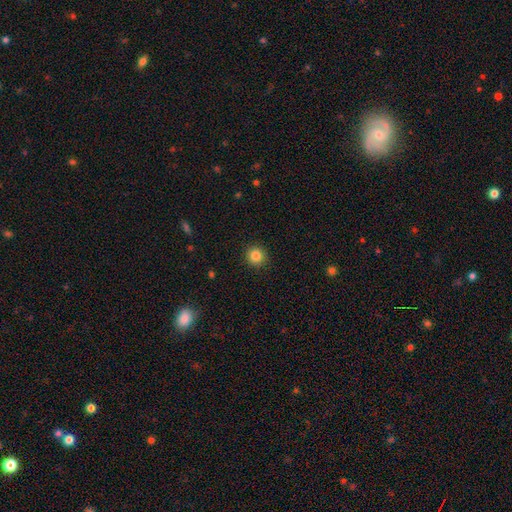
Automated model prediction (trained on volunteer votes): Smooth or featured: smooth — 85% (star or artifact — 10%)
How rounded: round — 94% (in between — 5%)
Merging: none — 92% (minor disturbance — 6%)